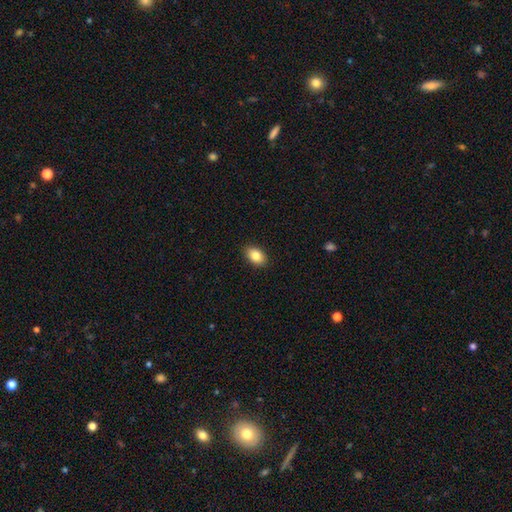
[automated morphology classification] smooth_or_featured: smooth (p=0.85) [alt: featured or disk p=0.08]
how_rounded: in between (p=0.87) [alt: round p=0.12]
merging: none (p=0.90) [alt: minor disturbance p=0.08]